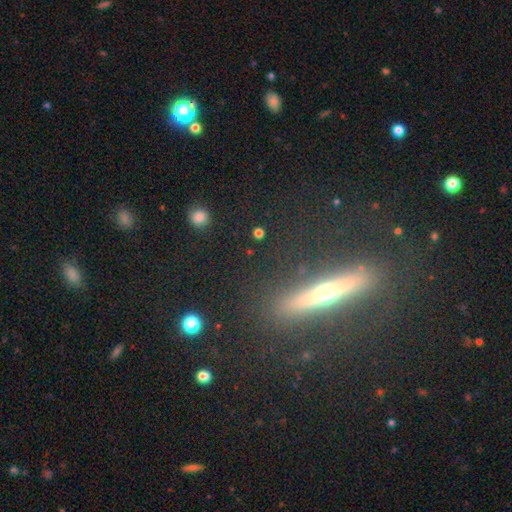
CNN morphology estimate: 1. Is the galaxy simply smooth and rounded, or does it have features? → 59% featured or disk, 28% smooth, 13% star or artifact.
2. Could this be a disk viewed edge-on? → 91% yes, 9% no.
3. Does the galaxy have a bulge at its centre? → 90% rounded, 7% none, 3% boxy.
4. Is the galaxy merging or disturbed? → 87% none, 8% minor disturbance, 3% major disturbance, 2% merger.